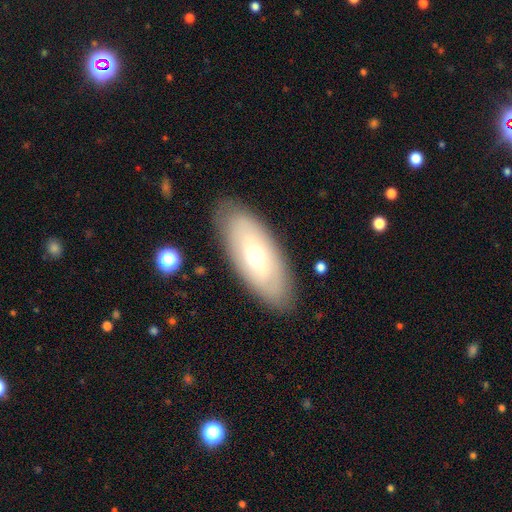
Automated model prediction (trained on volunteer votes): Overall: smooth (50%; featured or disk 43%). Merging: none (84%).